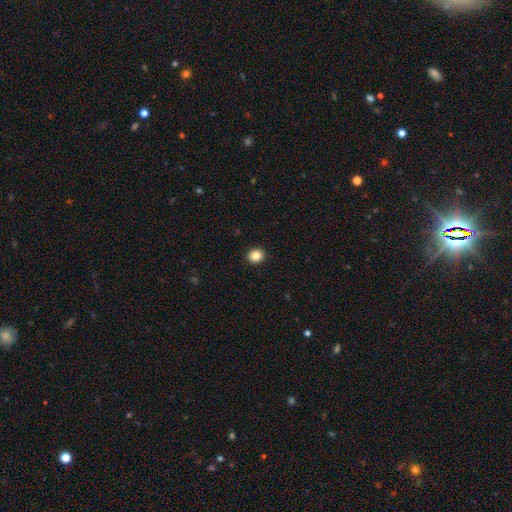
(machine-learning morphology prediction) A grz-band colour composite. It shows a smooth galaxy with no disk features (85%) that is round (75%). Merging: none (92%).